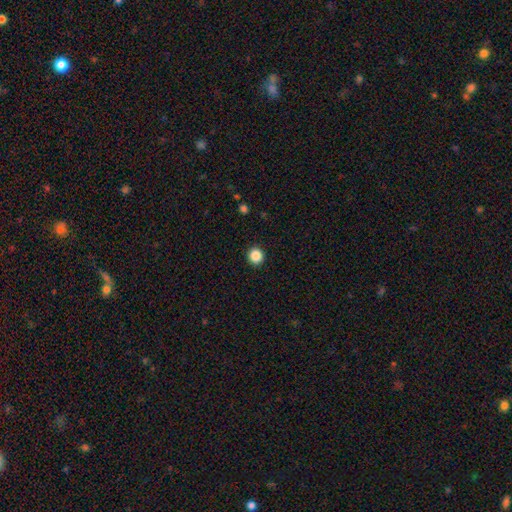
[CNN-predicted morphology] Q: Smooth or featured?
A: smooth (87%); runner-up: star or artifact (10%)
Q: How rounded?
A: round (93%); runner-up: in between (6%)
Q: Merging?
A: none (93%); runner-up: minor disturbance (5%)